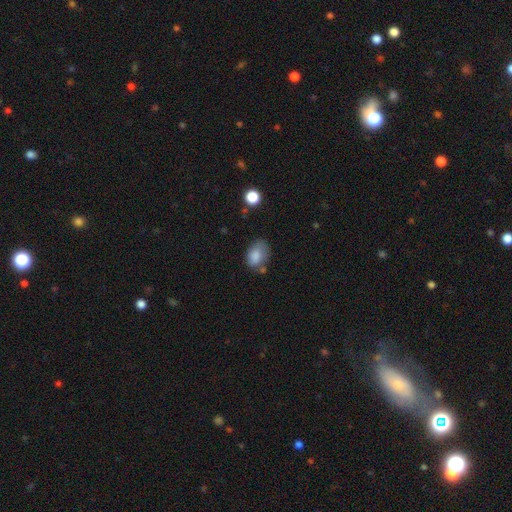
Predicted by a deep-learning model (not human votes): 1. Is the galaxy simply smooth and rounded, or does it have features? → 83% smooth, 9% star or artifact, 9% featured or disk.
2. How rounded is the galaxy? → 80% in between, 19% round, 1% cigar-shaped.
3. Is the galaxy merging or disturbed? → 50% none, 31% minor disturbance, 12% major disturbance, 8% merger.